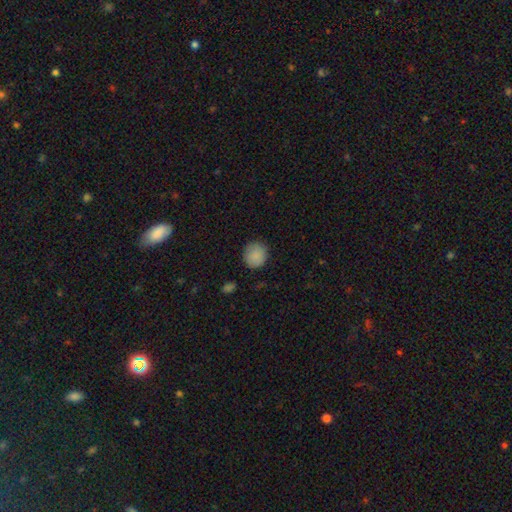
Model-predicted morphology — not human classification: Smooth or featured?
  - smooth: 87% *
  - star or artifact: 8%
  - featured or disk: 5%
How rounded?
  - round: 89% *
  - in between: 10%
  - cigar-shaped: 1%
Merging?
  - none: 85% *
  - minor disturbance: 11%
  - major disturbance: 3%
  - merger: 1%